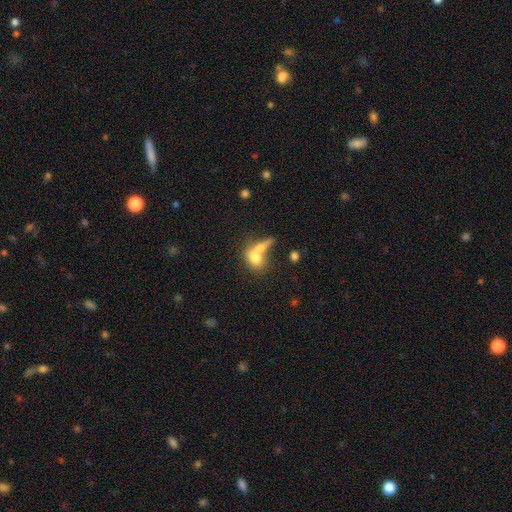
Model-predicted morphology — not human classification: smooth_or_featured: smooth (p=0.71) [alt: featured or disk p=0.20]
how_rounded: in between (p=0.62) [alt: round p=0.31]
merging: merger (p=0.62) [alt: none p=0.24]